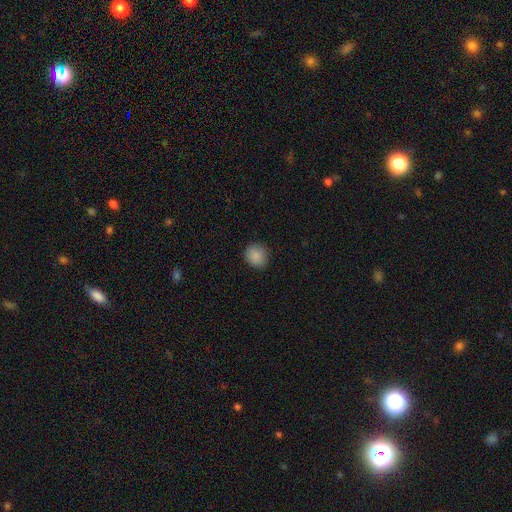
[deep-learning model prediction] Q: Smooth or featured?
A: smooth (88%); runner-up: star or artifact (8%)
Q: How rounded?
A: round (81%); runner-up: in between (18%)
Q: Merging?
A: none (89%); runner-up: minor disturbance (8%)